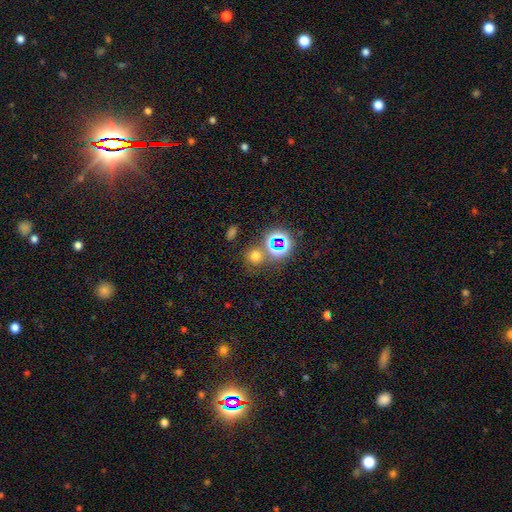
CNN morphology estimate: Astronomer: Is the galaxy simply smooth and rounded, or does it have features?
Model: smooth — 60%.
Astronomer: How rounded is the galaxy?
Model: round — 86%.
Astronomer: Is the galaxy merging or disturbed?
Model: none — 68%.